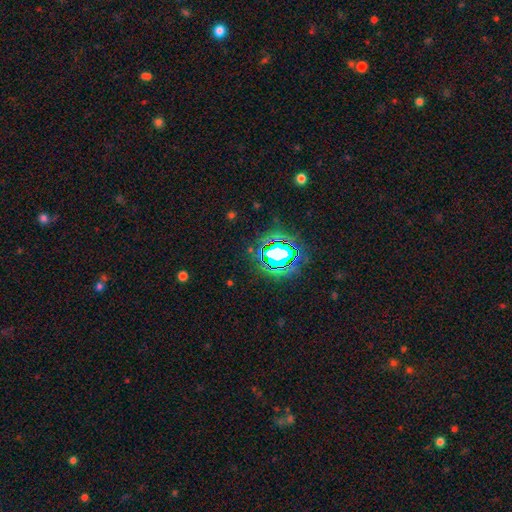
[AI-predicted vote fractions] Smooth or featured: star or artifact — 81% (smooth — 13%)